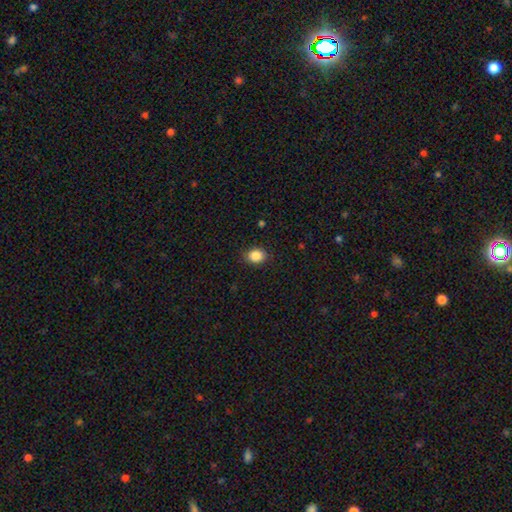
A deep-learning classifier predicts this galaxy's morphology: This is clearly a smooth galaxy (87%). How rounded: possibly in between (50%). Merging: clearly none (87%).